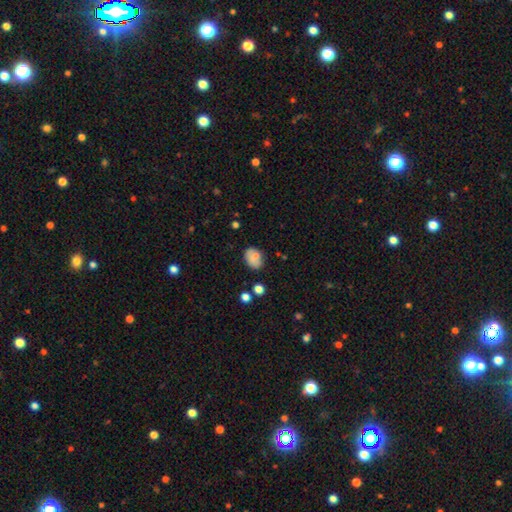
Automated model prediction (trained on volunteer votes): Q: Smooth or featured?
A: smooth (72%); runner-up: featured or disk (18%)
Q: How rounded?
A: in between (66%); runner-up: round (33%)
Q: Merging?
A: none (60%); runner-up: minor disturbance (24%)